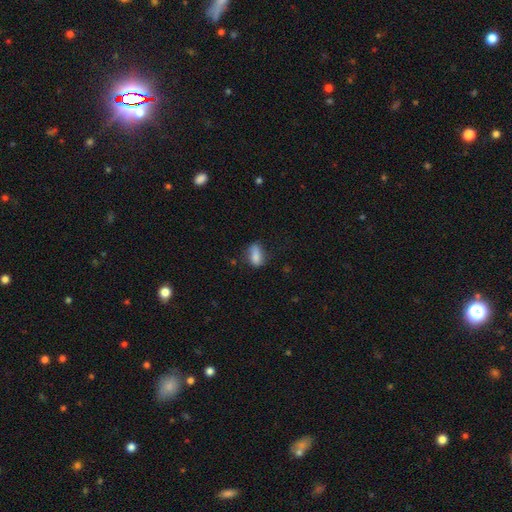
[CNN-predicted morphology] Smooth or featured? Predicted: smooth (p=0.80). How rounded? Predicted: in between (p=0.82). Merging? Predicted: none (p=0.56).